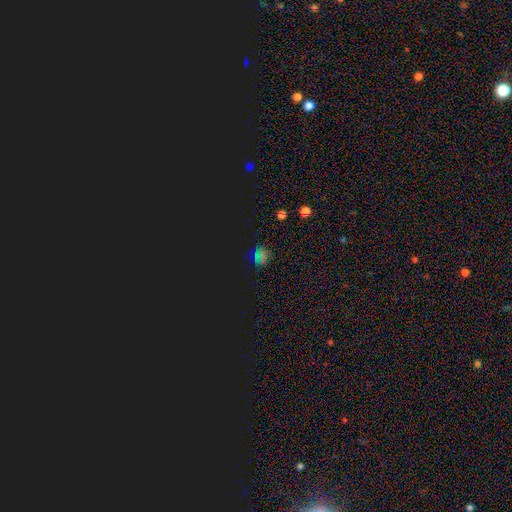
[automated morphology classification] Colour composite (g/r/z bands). It shows a star or artifact, not a galaxy (65%).